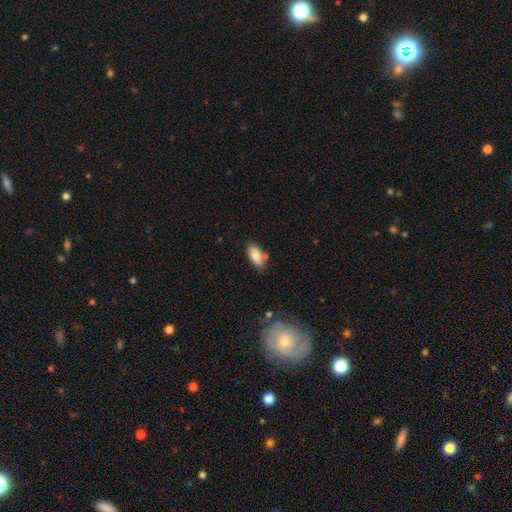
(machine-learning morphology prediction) smooth-or-featured: smooth: 79% | featured or disk: 13% | star or artifact: 7%
  how-rounded: in between: 90% | cigar-shaped: 7% | round: 3%
  merging: none: 70% | minor disturbance: 17% | merger: 9% | major disturbance: 3%